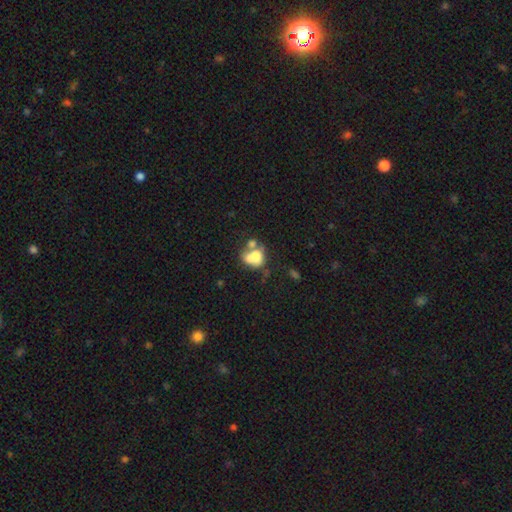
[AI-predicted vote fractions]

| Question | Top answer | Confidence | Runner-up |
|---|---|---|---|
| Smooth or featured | smooth | 59% | featured or disk (30%) |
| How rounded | in between | 56% | round (43%) |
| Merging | merger | 54% | none (22%) |